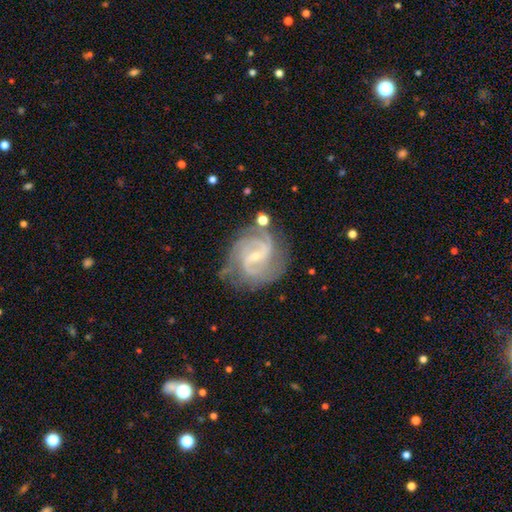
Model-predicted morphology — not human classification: smooth-or-featured: featured or disk: 89% | star or artifact: 6% | smooth: 5%
  disk-edge-on: no: 98% | yes: 2%
    bar: weak: 50% | no: 25% | strong: 25%
    has-spiral-arms: yes: 97% | no: 3%
      spiral-winding: medium: 50% | tight: 37% | loose: 13%
      spiral-arm-count: 2: 47% | 3: 24% | can't tell: 13% | 4: 8% | more than 4: 4% | 1: 4%
    bulge-size: small: 78% | moderate: 17% | none: 3% | large: 1% | dominant: 1%
  merging: none: 68% | minor disturbance: 20% | major disturbance: 9% | merger: 4%